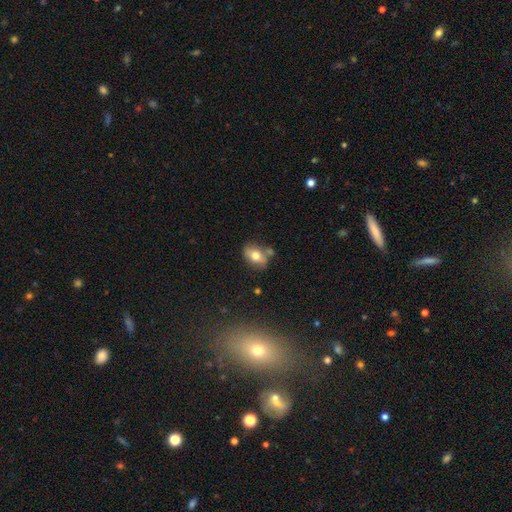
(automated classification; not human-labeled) Smooth or featured? Predicted: smooth (p=0.63). How rounded? Predicted: in between (p=0.78). Merging? Predicted: none (p=0.63).